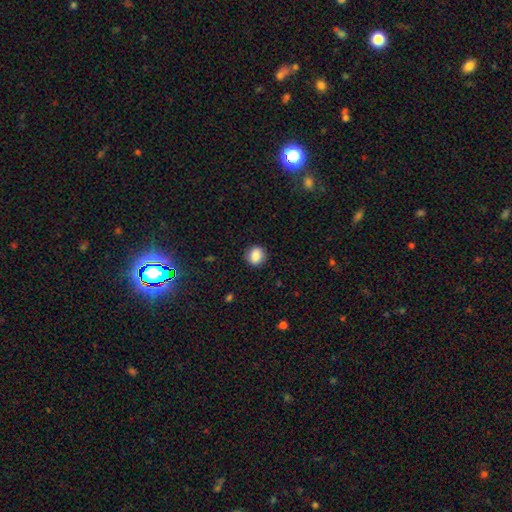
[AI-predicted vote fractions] smooth_or_featured: smooth (p=0.86) [alt: star or artifact p=0.09]
how_rounded: round (p=0.79) [alt: in between p=0.20]
merging: none (p=0.88) [alt: minor disturbance p=0.09]